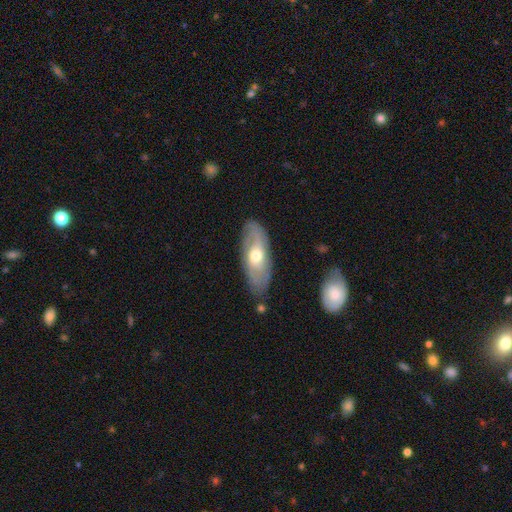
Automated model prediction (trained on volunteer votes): featured or disk 60%, smooth 34%, star or artifact 6%. Down the decision tree: edge-on disk — no (82%); merging — none (79%).